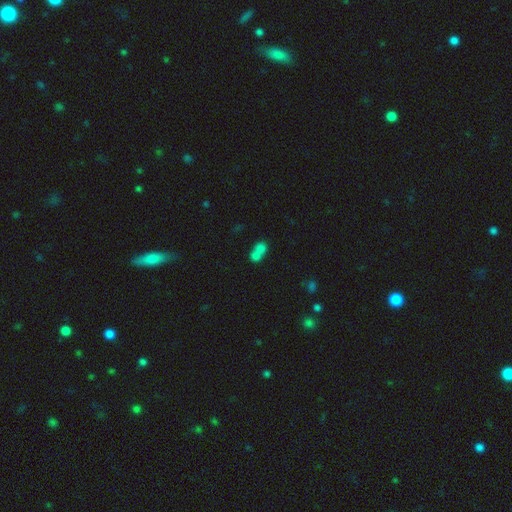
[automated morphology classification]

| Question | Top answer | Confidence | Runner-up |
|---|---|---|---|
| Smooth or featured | smooth | 66% | star or artifact (19%) |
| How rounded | round | 60% | in between (38%) |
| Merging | merger | 64% | none (27%) |